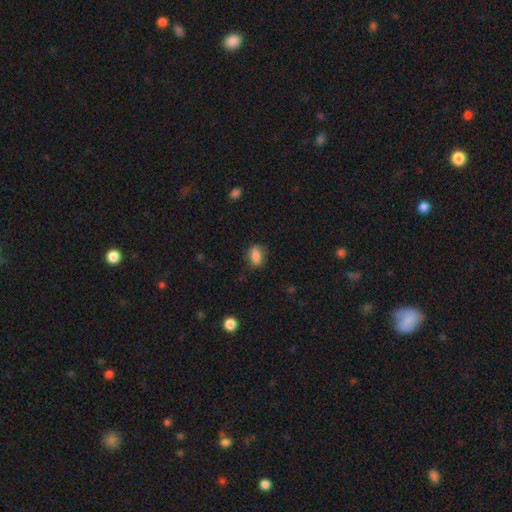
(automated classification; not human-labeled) This appears to be a smooth galaxy with no disk features (85%) that is in between round and cigar-shaped (82%). Merging: none (73%).